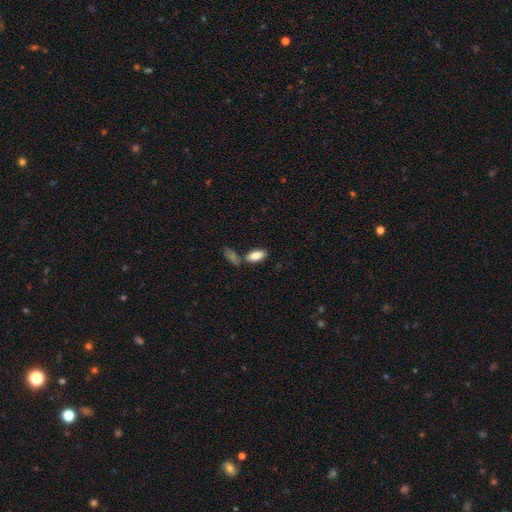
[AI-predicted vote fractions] smooth-or-featured: smooth: 85% | featured or disk: 8% | star or artifact: 7%
  how-rounded: in between: 87% | cigar-shaped: 10% | round: 2%
  merging: none: 62% | merger: 22% | minor disturbance: 13% | major disturbance: 4%